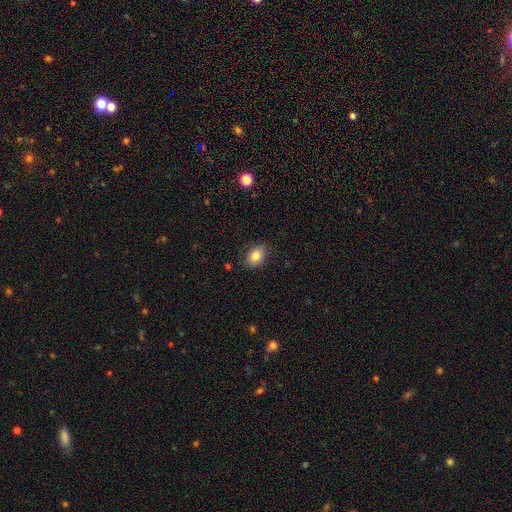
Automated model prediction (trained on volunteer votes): Q: Smooth or featured?
A: smooth (84%); runner-up: star or artifact (8%)
Q: How rounded?
A: in between (80%); runner-up: round (19%)
Q: Merging?
A: none (84%); runner-up: minor disturbance (12%)